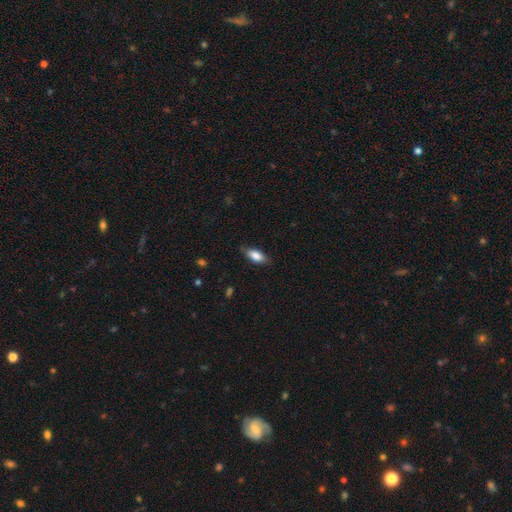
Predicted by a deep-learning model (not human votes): smooth_or_featured: smooth (p=0.76) [alt: featured or disk p=0.17]
how_rounded: in between (p=0.78) [alt: cigar-shaped p=0.19]
merging: none (p=0.78) [alt: minor disturbance p=0.17]